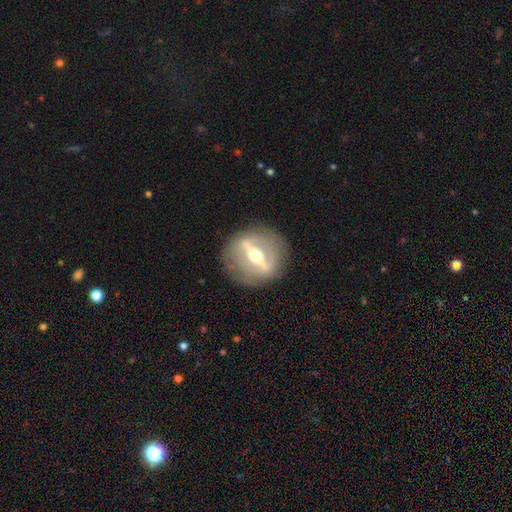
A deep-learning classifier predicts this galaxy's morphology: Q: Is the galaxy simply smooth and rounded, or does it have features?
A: featured or disk — 80%.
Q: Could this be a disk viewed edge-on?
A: no — 59%.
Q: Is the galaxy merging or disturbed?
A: none — 84%.